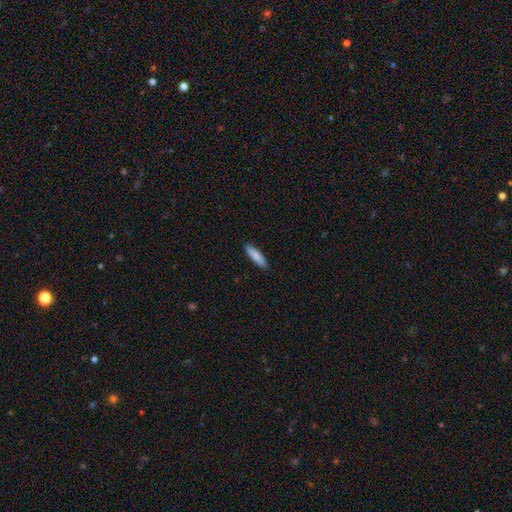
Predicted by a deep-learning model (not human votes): Smooth or featured? Predicted: smooth (p=0.87). How rounded? Predicted: cigar-shaped (p=0.72). Merging? Predicted: none (p=0.91).